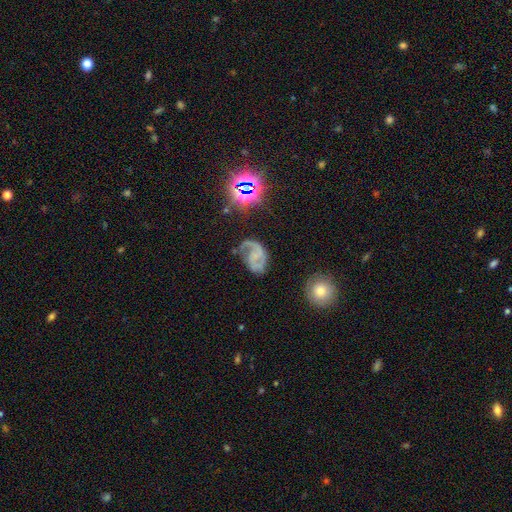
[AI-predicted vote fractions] A featured or disk galaxy (74%) with no bar (56%), 2 (63%) medium (44%) spiral arms (92%) and no central bulge (58%). Merging: none (50%).